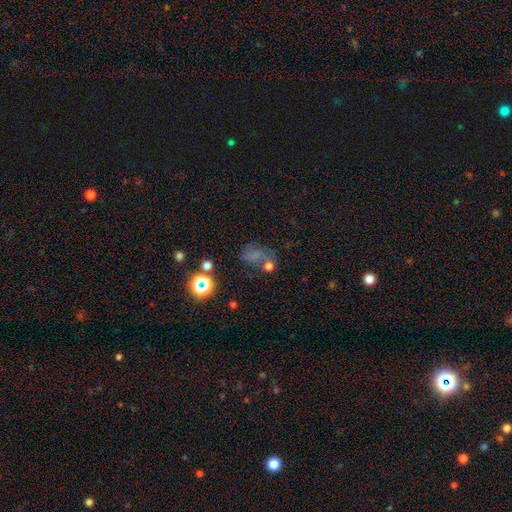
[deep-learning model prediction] The model was most divided on "smooth or featured": smooth: 44%, star or artifact: 31%, featured or disk: 25%. Remaining: merging — none (44%).